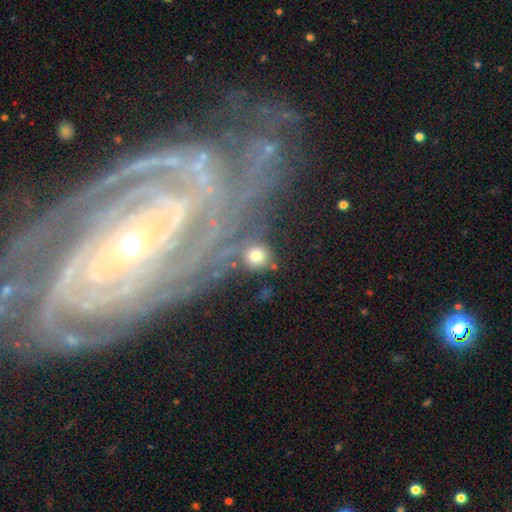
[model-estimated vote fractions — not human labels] This is likely a smooth galaxy (69%). How rounded: clearly round (91%). Merging: likely none (70%).